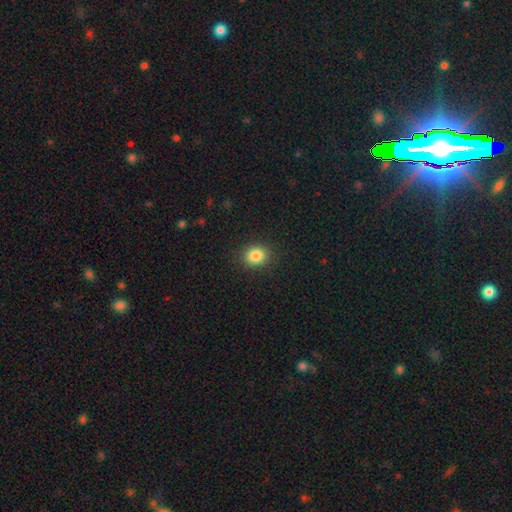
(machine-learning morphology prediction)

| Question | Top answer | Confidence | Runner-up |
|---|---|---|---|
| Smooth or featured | smooth | 84% | star or artifact (10%) |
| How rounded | round | 69% | in between (31%) |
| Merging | none | 89% | minor disturbance (8%) |